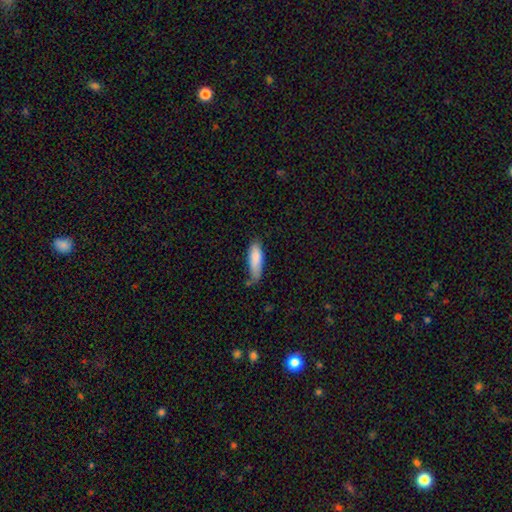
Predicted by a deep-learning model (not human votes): Smooth or featured? smooth (85%)
How rounded? in between (54%)
Merging? none (49%)